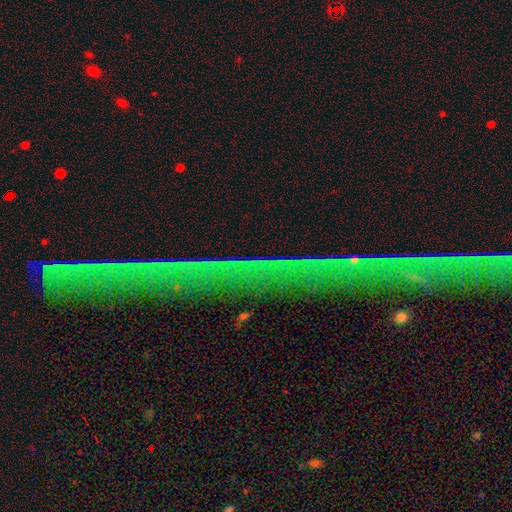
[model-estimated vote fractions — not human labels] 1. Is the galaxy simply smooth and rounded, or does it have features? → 82% star or artifact, 11% featured or disk, 7% smooth.